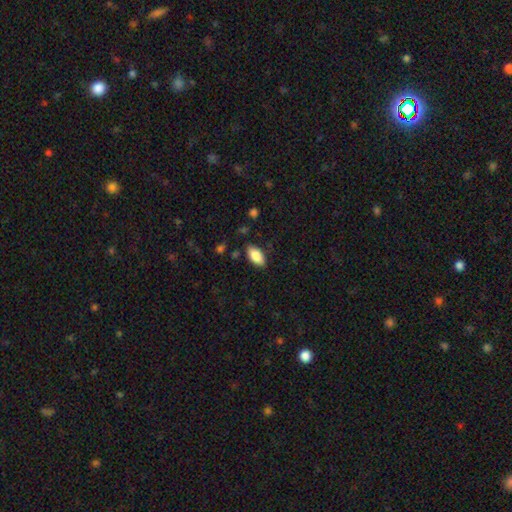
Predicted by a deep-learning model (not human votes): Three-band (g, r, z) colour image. It shows a smooth galaxy with no disk features (85%) that is in between round and cigar-shaped (92%). Merging: none (85%).